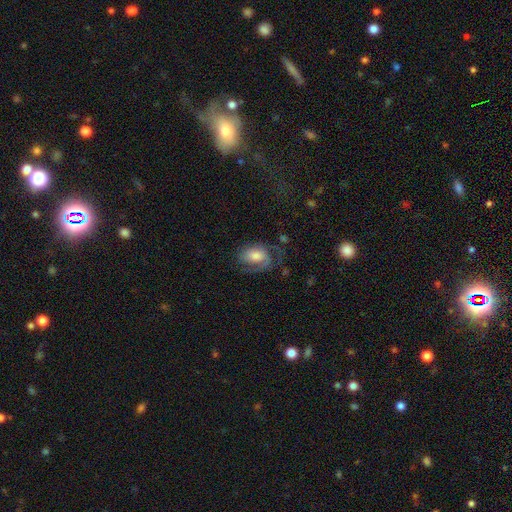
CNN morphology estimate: Smooth or featured? Predicted: featured or disk (p=0.55). Edge-on disk? Predicted: no (p=0.96). Bar? Predicted: no (p=0.61). Spiral arms? Predicted: yes (p=0.84). Bulge size? Predicted: moderate (p=0.43). Merging? Predicted: none (p=0.46).